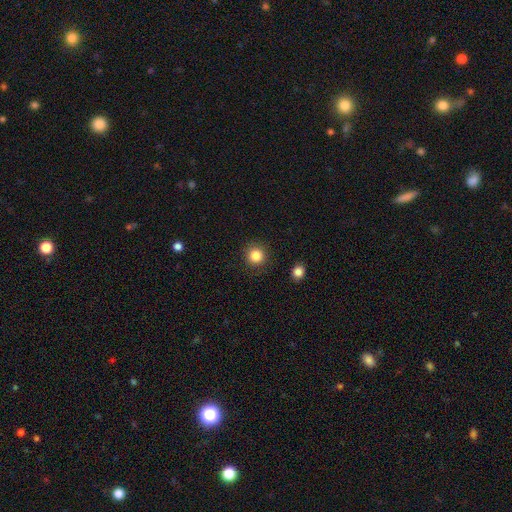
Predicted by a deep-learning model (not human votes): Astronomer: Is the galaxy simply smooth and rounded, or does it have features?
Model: smooth — 85%.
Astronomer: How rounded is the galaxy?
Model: round — 93%.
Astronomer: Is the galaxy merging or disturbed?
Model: none — 90%.